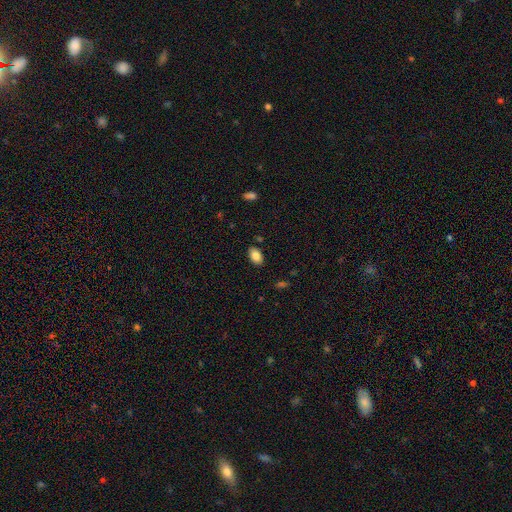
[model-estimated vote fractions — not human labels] Smooth or featured?
  - smooth: 84% *
  - featured or disk: 8%
  - star or artifact: 8%
How rounded?
  - in between: 90% *
  - round: 8%
  - cigar-shaped: 1%
Merging?
  - none: 86% *
  - minor disturbance: 10%
  - major disturbance: 2%
  - merger: 2%